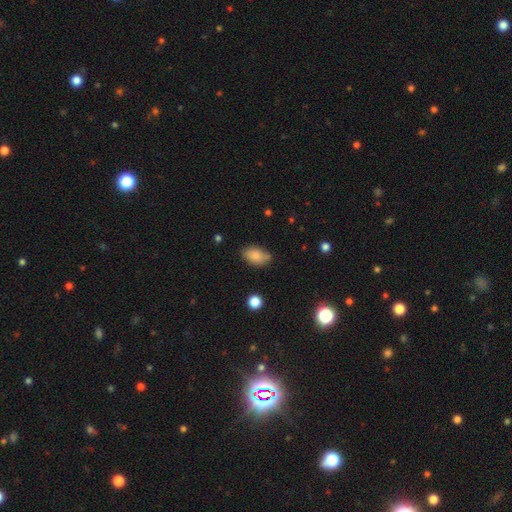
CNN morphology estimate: Smooth or featured? Predicted: smooth (p=0.84). How rounded? Predicted: in between (p=0.91). Merging? Predicted: none (p=0.72).